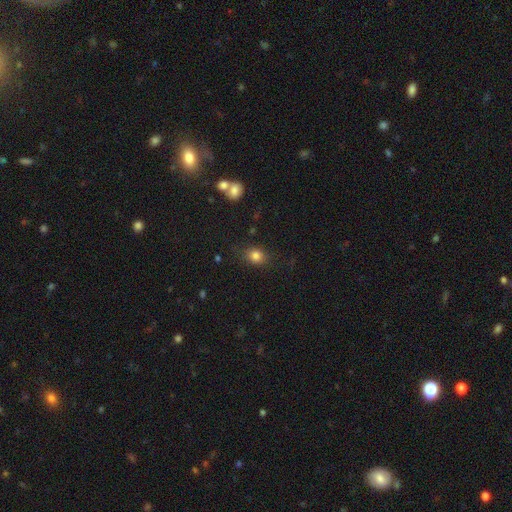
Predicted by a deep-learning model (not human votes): smooth-or-featured: smooth: 82% | star or artifact: 11% | featured or disk: 7%
  how-rounded: round: 55% | in between: 44% | cigar-shaped: 1%
  merging: none: 80% | minor disturbance: 14% | major disturbance: 4% | merger: 2%